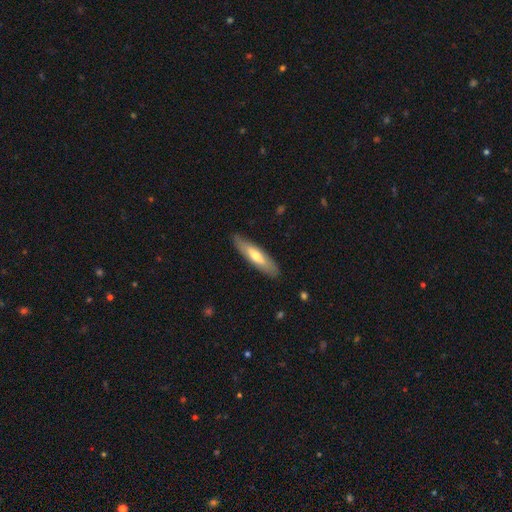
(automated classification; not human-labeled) Morphology: type=smooth (58%); roundness=cigar-shaped (71%); merging=none (86%).